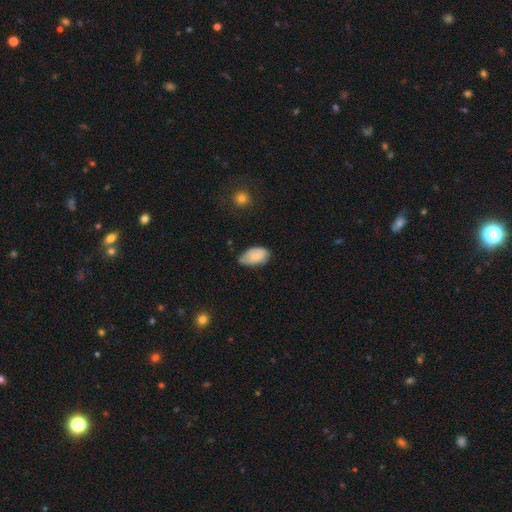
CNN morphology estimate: Q: Smooth or featured?
A: smooth (65%); runner-up: featured or disk (27%)
Q: How rounded?
A: in between (94%); runner-up: round (4%)
Q: Merging?
A: none (50%); runner-up: minor disturbance (40%)